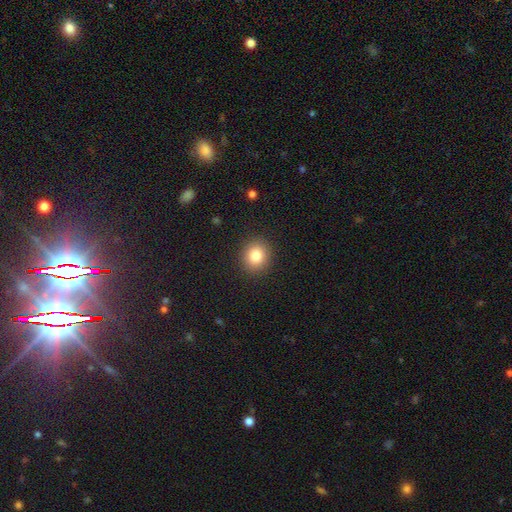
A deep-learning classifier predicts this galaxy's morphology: smooth-or-featured: smooth: 82% | star or artifact: 11% | featured or disk: 8%
  how-rounded: round: 82% | in between: 17% | cigar-shaped: 1%
  merging: none: 91% | minor disturbance: 6% | major disturbance: 2% | merger: 1%